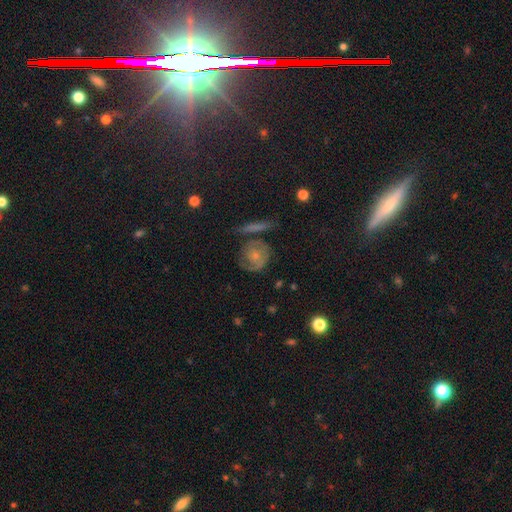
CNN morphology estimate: type=featured or disk (56%); edge-on=no (95%); bar=no (75%); spiral arms=yes (79%); bulge=small (49%); merging=none (58%).